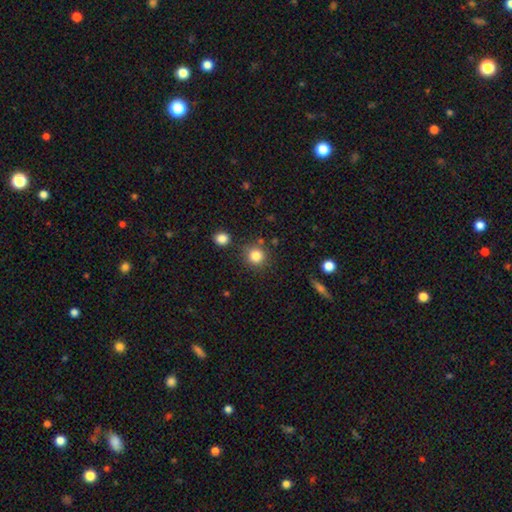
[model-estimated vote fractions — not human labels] Morphology: type=smooth (84%); roundness=round (91%); merging=none (82%).